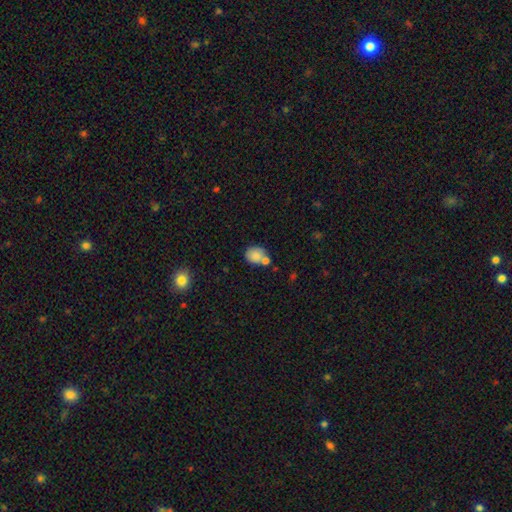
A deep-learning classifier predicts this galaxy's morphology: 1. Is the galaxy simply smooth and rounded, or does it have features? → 83% smooth, 9% featured or disk, 9% star or artifact.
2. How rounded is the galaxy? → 63% round, 36% in between, 1% cigar-shaped.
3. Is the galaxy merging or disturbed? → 48% none, 30% merger, 16% minor disturbance, 5% major disturbance.